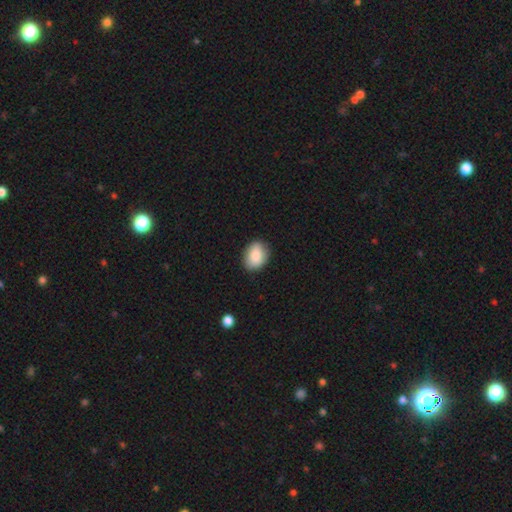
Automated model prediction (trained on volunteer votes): This is clearly a smooth galaxy (87%). How rounded: likely in between (72%). Merging: clearly none (84%).